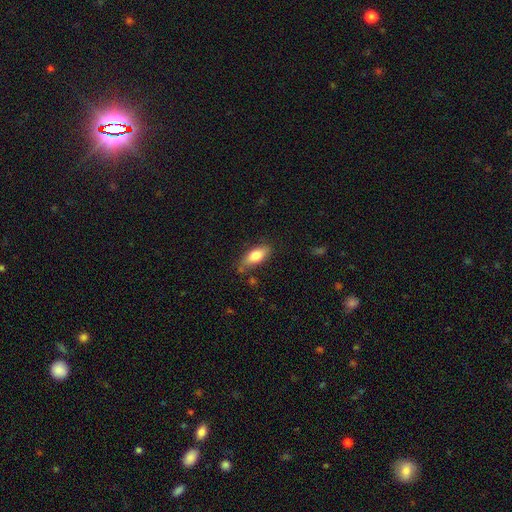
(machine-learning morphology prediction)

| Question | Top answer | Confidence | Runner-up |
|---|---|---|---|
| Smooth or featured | smooth | 78% | featured or disk (15%) |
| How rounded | in between | 81% | cigar-shaped (16%) |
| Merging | none | 76% | minor disturbance (17%) |